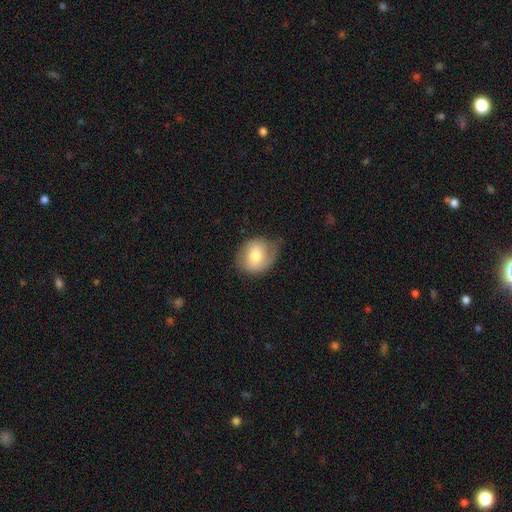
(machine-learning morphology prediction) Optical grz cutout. It shows a smooth galaxy with no disk features (66%) that is round (64%). Merging: none (57%).